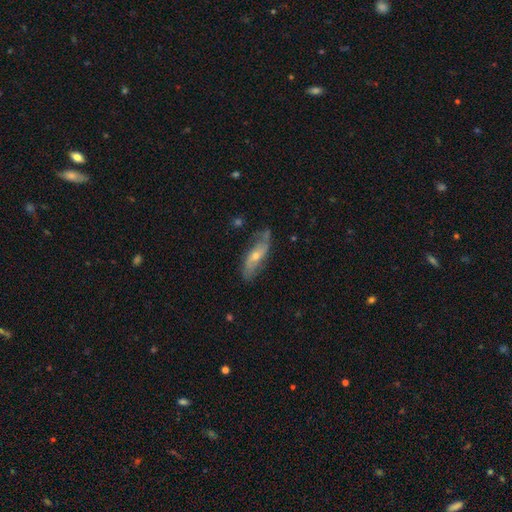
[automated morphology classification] Smooth or featured: featured or disk — 65% (smooth — 27%)
Edge-on disk: no — 75% (yes — 25%)
Merging: none — 67% (minor disturbance — 23%)